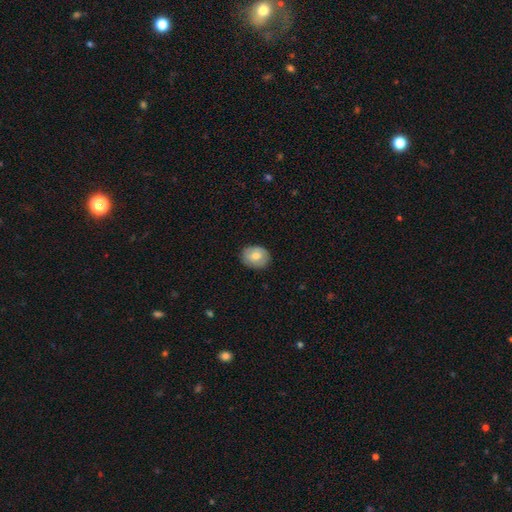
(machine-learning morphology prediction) Smooth or featured?
  - smooth: 69% *
  - featured or disk: 24%
  - star or artifact: 7%
How rounded?
  - in between: 50% *
  - round: 49%
  - cigar-shaped: 1%
Merging?
  - none: 83% *
  - minor disturbance: 13%
  - major disturbance: 3%
  - merger: 1%